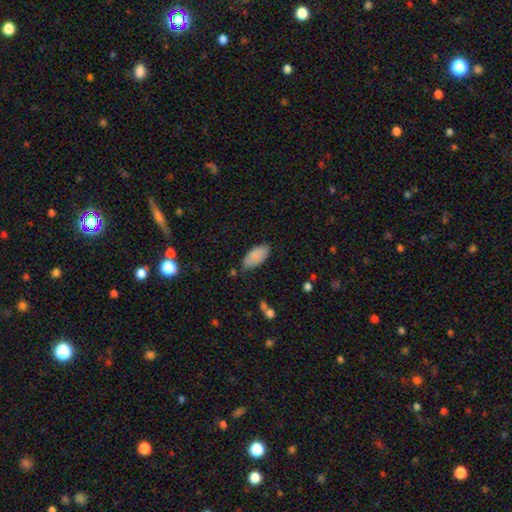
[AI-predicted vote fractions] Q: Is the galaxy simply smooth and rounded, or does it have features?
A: smooth — 86%.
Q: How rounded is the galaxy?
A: in between — 92%.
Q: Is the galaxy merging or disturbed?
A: none — 69%.